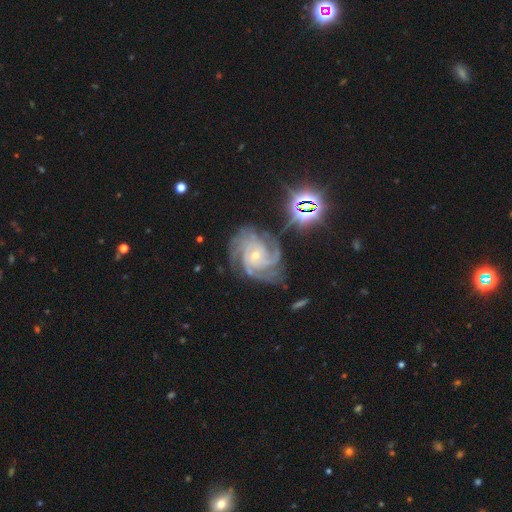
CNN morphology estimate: This is clearly a featured or disk galaxy (89%). It is clearly not viewed edge-on (98%). Bar: likely no (69%). Spiral arm pattern: clearly yes (98%). Spiral arm count: marginally 4 (32%). Spiral winding: likely tight (63%). Central bulge: likely small (69%). Merging: likely none (67%).